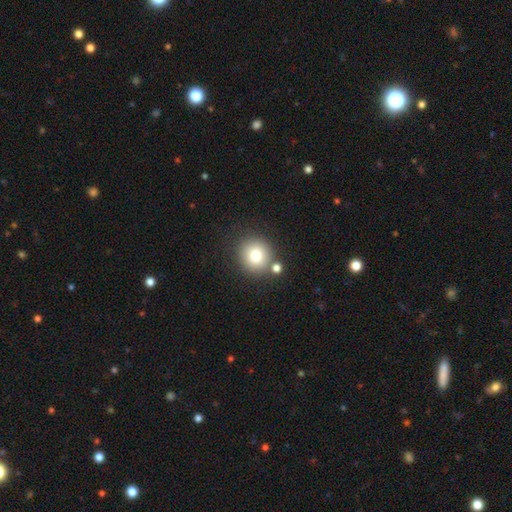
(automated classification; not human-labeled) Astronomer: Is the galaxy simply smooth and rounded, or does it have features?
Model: smooth — 78%.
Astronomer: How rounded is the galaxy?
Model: round — 89%.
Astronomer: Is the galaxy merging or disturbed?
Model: none — 76%.